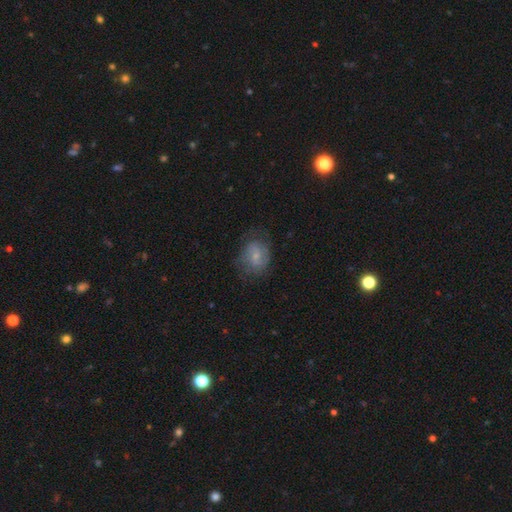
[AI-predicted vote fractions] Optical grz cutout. It shows a smooth galaxy with no disk features (55%) that is round (50%). Merging: none (61%).